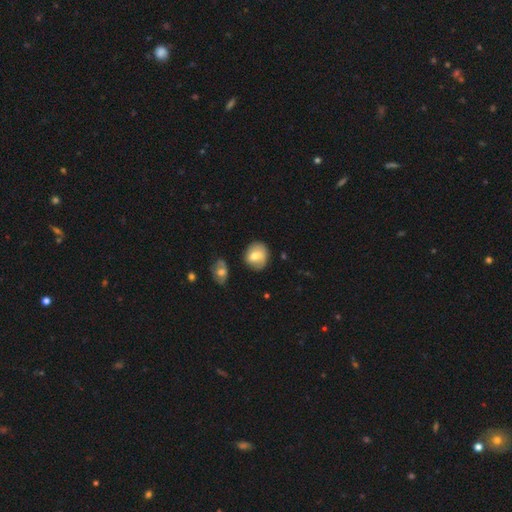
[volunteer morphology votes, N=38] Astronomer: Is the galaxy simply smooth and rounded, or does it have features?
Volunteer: smooth — 79%.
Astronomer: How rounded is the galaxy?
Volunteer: round — 67%.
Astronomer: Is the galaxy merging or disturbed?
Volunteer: none — 73%.